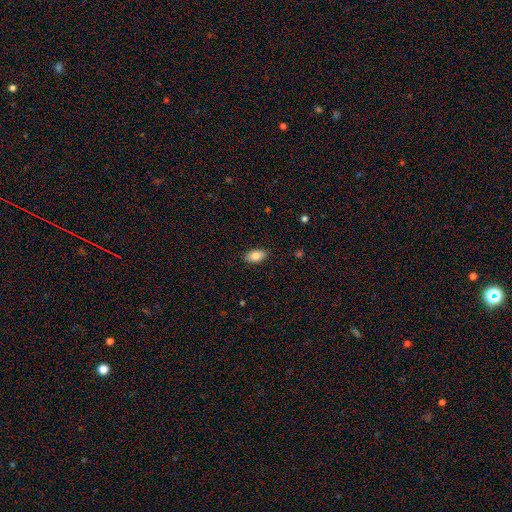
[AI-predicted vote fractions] smooth_or_featured: smooth (p=0.84) [alt: featured or disk p=0.09]
how_rounded: in between (p=0.93) [alt: round p=0.04]
merging: none (p=0.88) [alt: minor disturbance p=0.09]